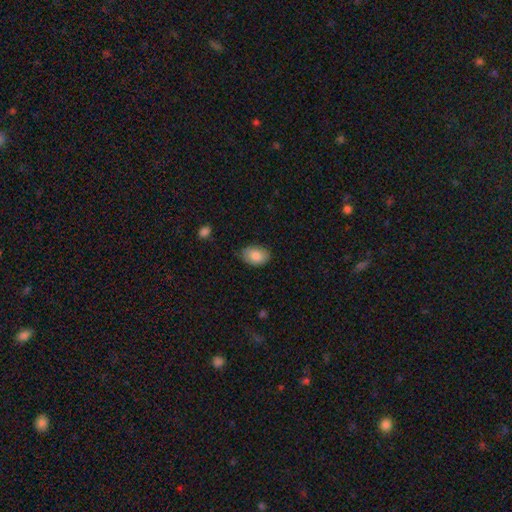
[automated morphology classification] A smooth galaxy with no disk features (84%) that is in between round and cigar-shaped (85%). Merging: none (75%).